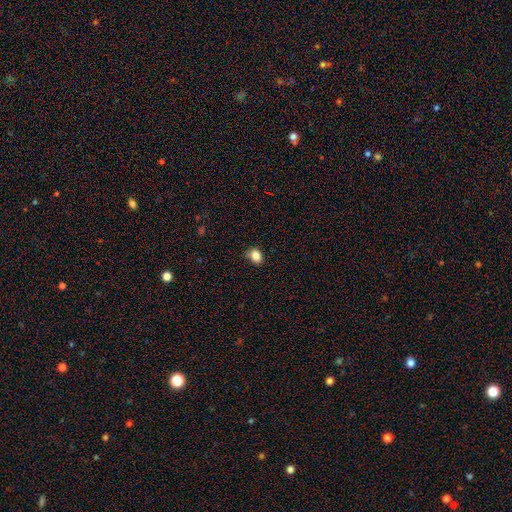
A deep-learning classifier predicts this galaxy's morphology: Smooth or featured?
  - smooth: 84% *
  - star or artifact: 10%
  - featured or disk: 5%
How rounded?
  - in between: 59% *
  - round: 39%
  - cigar-shaped: 1%
Merging?
  - none: 76% *
  - minor disturbance: 19%
  - major disturbance: 3%
  - merger: 2%